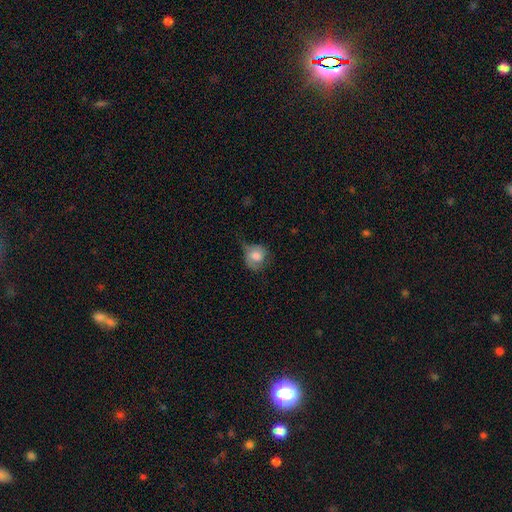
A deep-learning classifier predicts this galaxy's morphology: type=smooth (73%); roundness=round (73%); merging=none (39%).